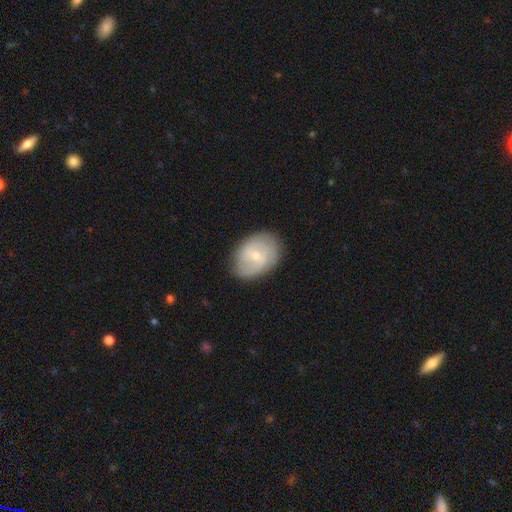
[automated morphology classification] Smooth or featured: featured or disk — 54% (smooth — 40%)
Edge-on disk: no — 95% (yes — 5%)
Bar: weak — 46% (no — 44%)
Spiral arms: yes — 67% (no — 33%)
Bulge size: small — 60% (moderate — 37%)
Merging: none — 78% (minor disturbance — 17%)